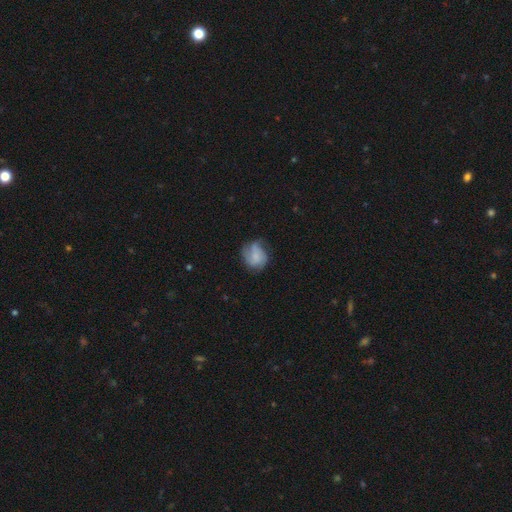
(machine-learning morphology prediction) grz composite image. It shows a smooth galaxy with no disk features (46%). Merging: none (53%).